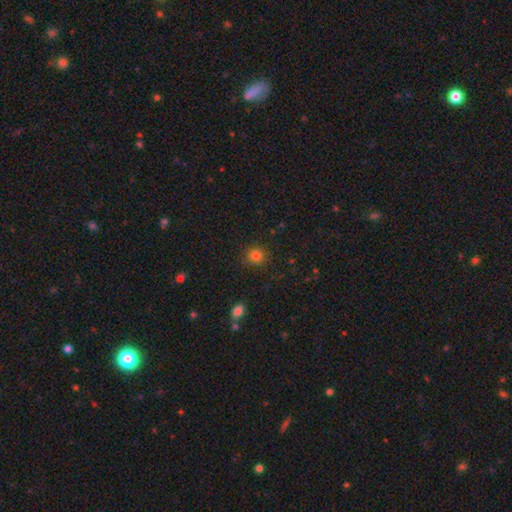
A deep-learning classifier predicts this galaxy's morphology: type=smooth (83%); roundness=round (88%); merging=none (88%).